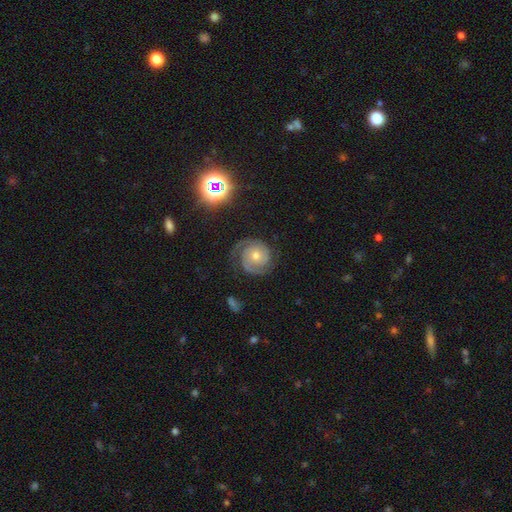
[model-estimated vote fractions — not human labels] This appears to be a featured or disk galaxy (86%) with no bar (78%), 2 (78%) tight (69%) spiral arms (98%) and a moderate central bulge (55%). Merging: none (80%).